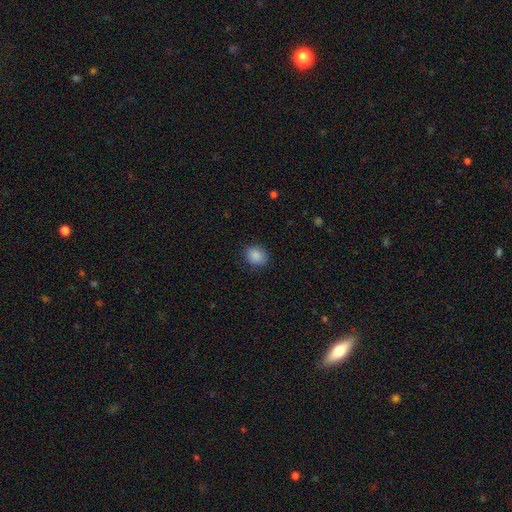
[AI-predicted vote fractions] Smooth or featured?
  - smooth: 88% *
  - star or artifact: 9%
  - featured or disk: 3%
How rounded?
  - round: 65% *
  - in between: 34%
  - cigar-shaped: 1%
Merging?
  - none: 88% *
  - minor disturbance: 9%
  - major disturbance: 3%
  - merger: 1%